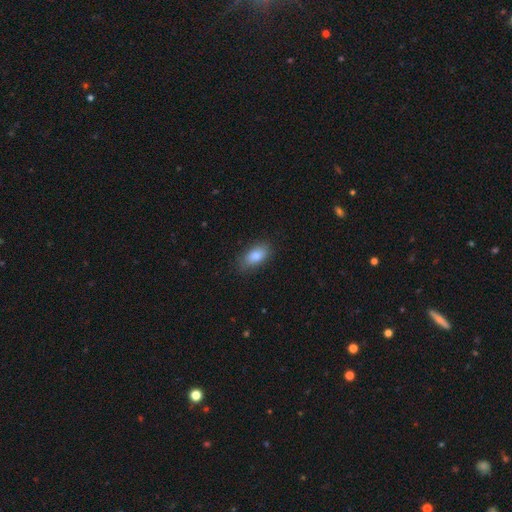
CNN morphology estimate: A smooth galaxy with no disk features (84%) that is in between round and cigar-shaped (89%).

Vote fractions:
- Smooth or featured? smooth: 84% / featured or disk: 9% / star or artifact: 8%
- How rounded? in between: 89% / cigar-shaped: 6% / round: 5%
- Merging? none: 83% / minor disturbance: 13% / major disturbance: 3% / merger: 1%